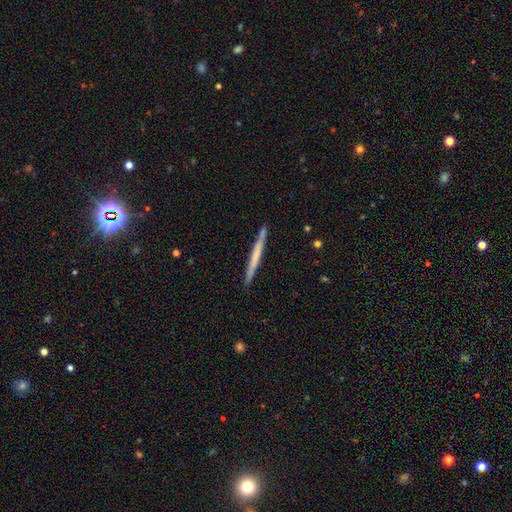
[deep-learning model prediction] Smooth or featured?
  - smooth: 50% *
  - featured or disk: 45%
  - star or artifact: 6%
Merging?
  - none: 87% *
  - minor disturbance: 9%
  - merger: 2%
  - major disturbance: 2%